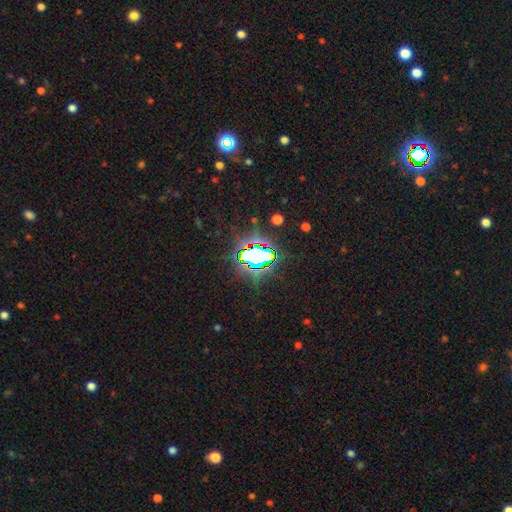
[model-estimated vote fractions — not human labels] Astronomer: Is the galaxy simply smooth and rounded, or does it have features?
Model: star or artifact — 69%.